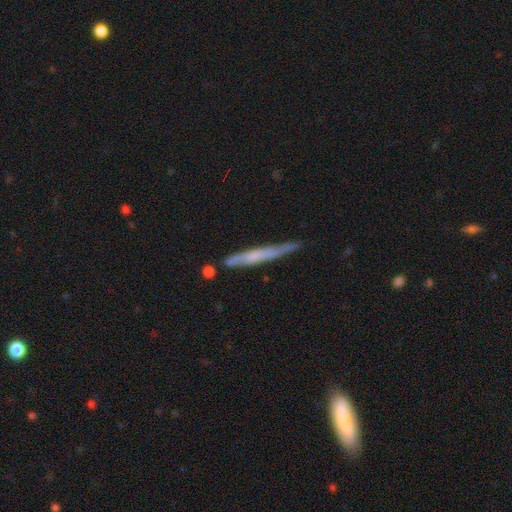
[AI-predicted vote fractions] The model was most divided on "smooth or featured" (2-way tie): featured or disk: 47%, smooth: 47%, star or artifact: 7%. More confident: merging — none (73%).